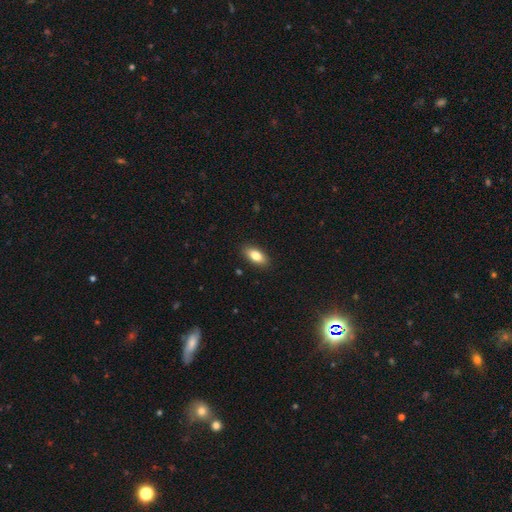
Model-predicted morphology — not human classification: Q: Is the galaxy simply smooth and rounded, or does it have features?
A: smooth — 82%.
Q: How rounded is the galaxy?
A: in between — 88%.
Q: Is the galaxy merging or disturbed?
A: none — 88%.